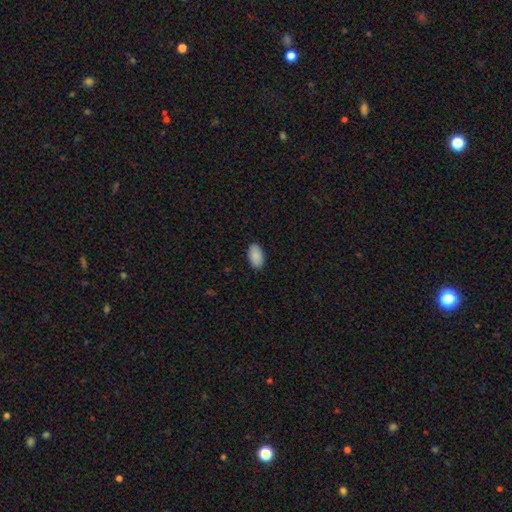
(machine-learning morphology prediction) Smooth or featured?
  - smooth: 90% *
  - star or artifact: 6%
  - featured or disk: 3%
How rounded?
  - in between: 95% *
  - round: 4%
  - cigar-shaped: 1%
Merging?
  - none: 89% *
  - minor disturbance: 8%
  - major disturbance: 2%
  - merger: 1%